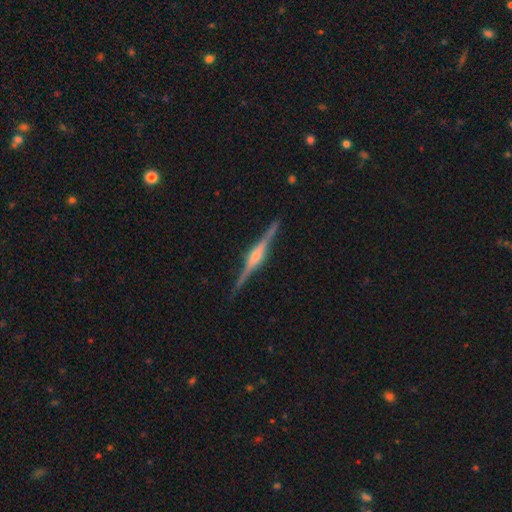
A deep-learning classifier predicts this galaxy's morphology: Q: Smooth or featured?
A: featured or disk (86%); runner-up: smooth (9%)
Q: Edge-on disk?
A: yes (98%); runner-up: no (2%)
Q: Edge-on bulge?
A: rounded (77%); runner-up: boxy (17%)
Q: Merging?
A: none (89%); runner-up: minor disturbance (8%)